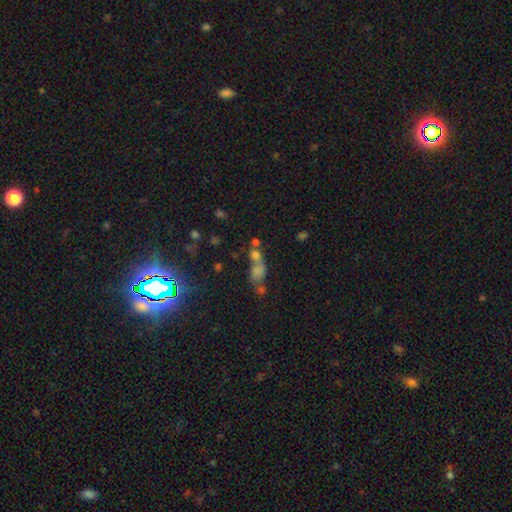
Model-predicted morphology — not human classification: Smooth or featured: smooth — 62% (star or artifact — 20%)
How rounded: in between — 57% (round — 37%)
Merging: merger — 56% (none — 26%)